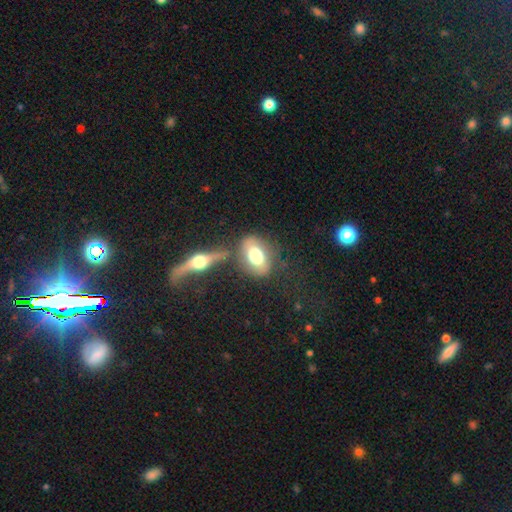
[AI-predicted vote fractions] Morphology: type=smooth (62%); roundness=in between (77%); merging=none (56%).